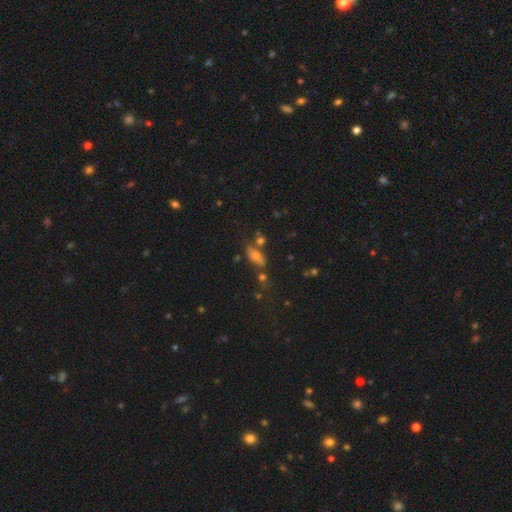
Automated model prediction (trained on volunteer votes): Q: Smooth or featured?
A: smooth (56%); runner-up: featured or disk (22%)
Q: How rounded?
A: in between (74%); runner-up: cigar-shaped (17%)
Q: Merging?
A: none (59%); runner-up: minor disturbance (17%)